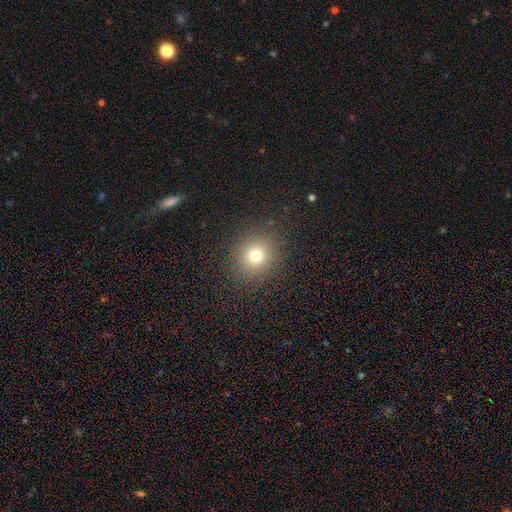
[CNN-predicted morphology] This appears to be a smooth galaxy with no disk features (74%) that is round (85%). Merging: none (88%).